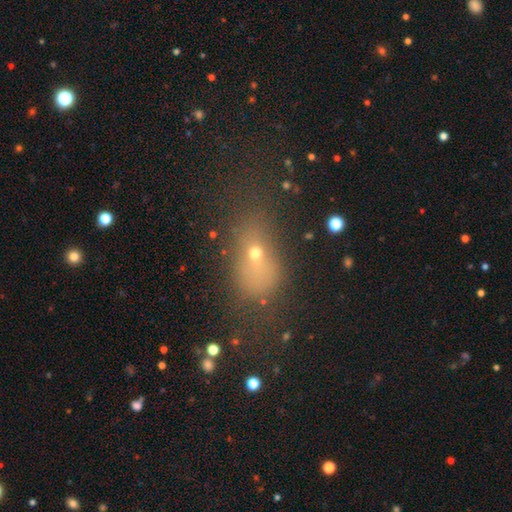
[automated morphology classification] The model was most divided on "merging": none: 46%, major disturbance: 23%, minor disturbance: 20%, merger: 11%. More confident: how rounded — in between (68%); smooth or featured — smooth (56%).